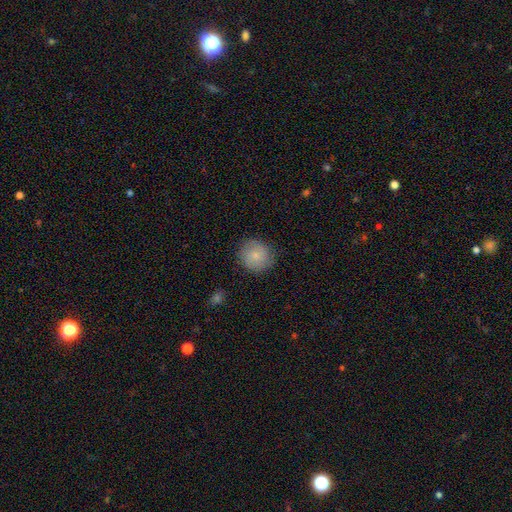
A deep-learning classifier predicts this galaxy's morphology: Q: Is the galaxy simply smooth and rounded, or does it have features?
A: smooth — 76%.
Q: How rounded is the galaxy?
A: round — 89%.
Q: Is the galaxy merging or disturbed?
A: none — 83%.